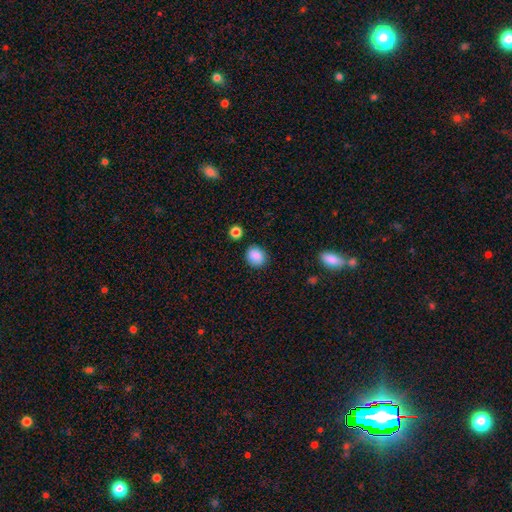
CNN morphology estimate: Smooth or featured?
  - smooth: 86% *
  - star or artifact: 9%
  - featured or disk: 5%
How rounded?
  - round: 69% *
  - in between: 30%
  - cigar-shaped: 1%
Merging?
  - none: 81% *
  - minor disturbance: 13%
  - major disturbance: 3%
  - merger: 3%